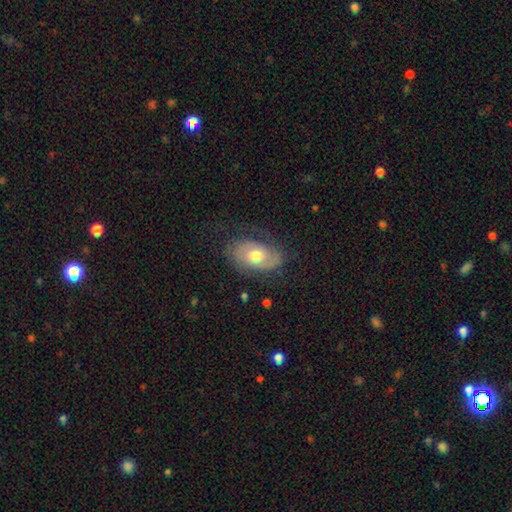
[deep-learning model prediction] smooth-or-featured: featured or disk: 58% | smooth: 35% | star or artifact: 7%
  disk-edge-on: no: 94% | yes: 6%
    bar: no: 73% | weak: 22% | strong: 4%
    has-spiral-arms: yes: 75% | no: 25%
    bulge-size: moderate: 73% | large: 15% | small: 9% | dominant: 1% | none: 1%
  merging: none: 67% | minor disturbance: 21% | major disturbance: 11% | merger: 1%